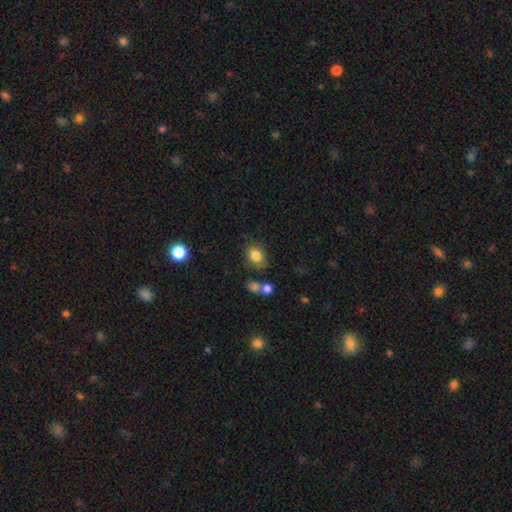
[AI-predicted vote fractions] smooth-or-featured: smooth: 84% | star or artifact: 10% | featured or disk: 6%
  how-rounded: in between: 58% | round: 40% | cigar-shaped: 1%
  merging: none: 73% | minor disturbance: 15% | merger: 7% | major disturbance: 5%